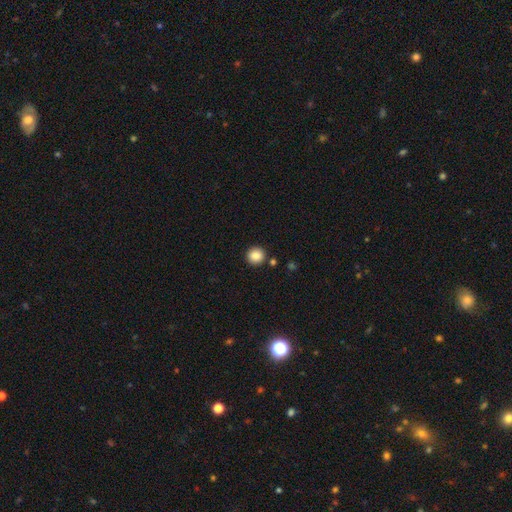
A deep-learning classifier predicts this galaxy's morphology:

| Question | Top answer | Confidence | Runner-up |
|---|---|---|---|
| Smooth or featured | smooth | 87% | star or artifact (9%) |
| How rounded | round | 94% | in between (5%) |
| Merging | none | 90% | minor disturbance (5%) |